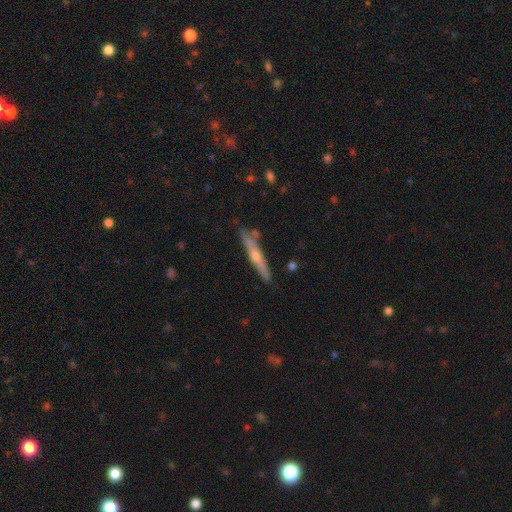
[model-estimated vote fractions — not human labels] Smooth or featured?
  - featured or disk: 55% *
  - smooth: 38%
  - star or artifact: 7%
Edge-on disk?
  - yes: 92% *
  - no: 8%
Edge-on bulge?
  - rounded: 73% *
  - none: 23%
  - boxy: 4%
Merging?
  - none: 79% *
  - minor disturbance: 14%
  - merger: 4%
  - major disturbance: 3%